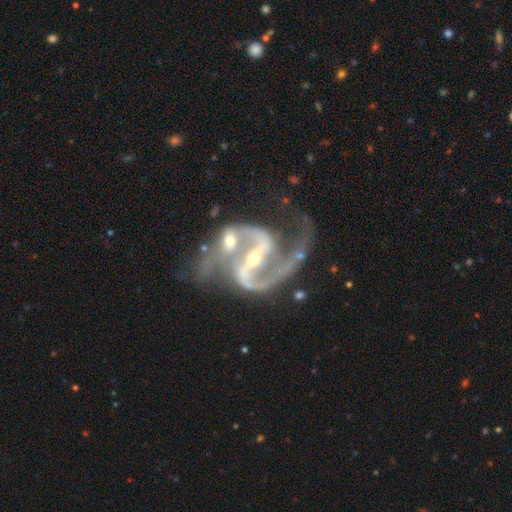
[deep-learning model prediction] This is clearly a featured or disk galaxy (93%). It is clearly not viewed edge-on (98%). Bar: likely strong (72%). Spiral arm pattern: clearly yes (98%). Spiral arm count: clearly 2 (92%). Spiral winding: possibly medium (59%). Central bulge: likely small (70%). Merging: possibly none (47%).